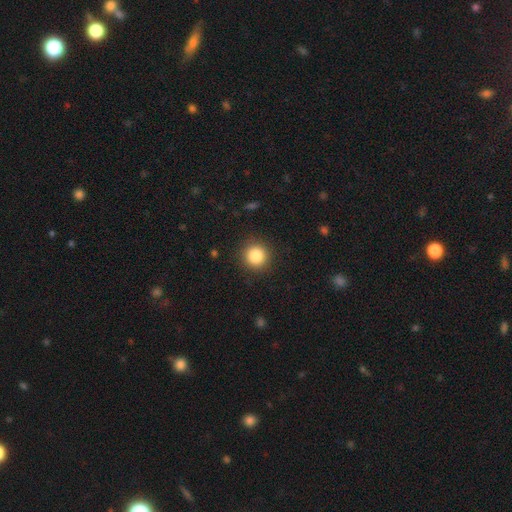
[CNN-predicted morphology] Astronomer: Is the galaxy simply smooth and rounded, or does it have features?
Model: smooth — 85%.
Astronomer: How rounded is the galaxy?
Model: round — 94%.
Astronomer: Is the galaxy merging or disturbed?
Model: none — 91%.